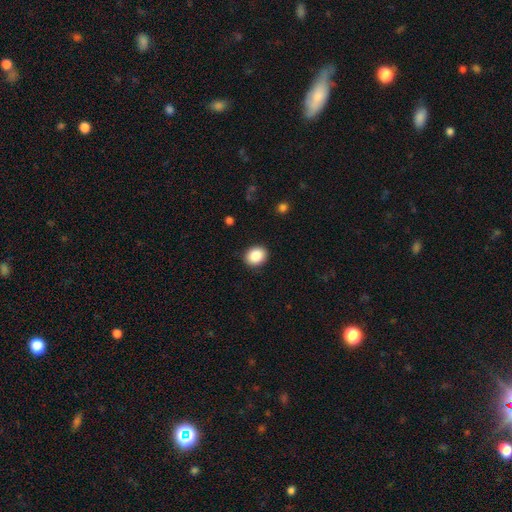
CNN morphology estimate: Q: Smooth or featured?
A: smooth (88%); runner-up: star or artifact (8%)
Q: How rounded?
A: round (55%); runner-up: in between (44%)
Q: Merging?
A: none (90%); runner-up: minor disturbance (7%)